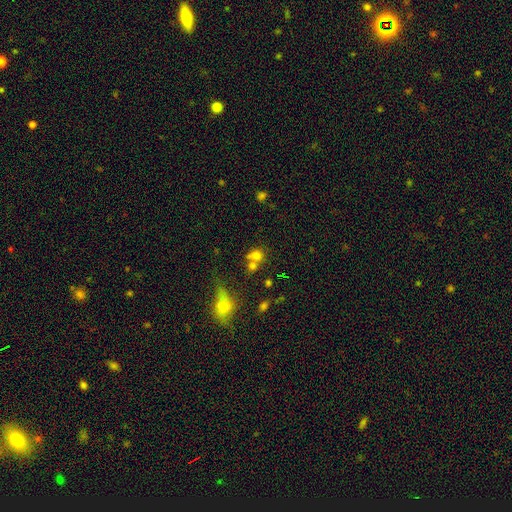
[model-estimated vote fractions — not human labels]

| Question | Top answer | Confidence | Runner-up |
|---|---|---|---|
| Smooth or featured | smooth | 70% | star or artifact (17%) |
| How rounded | round | 66% | in between (32%) |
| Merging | merger | 43% | none (41%) |